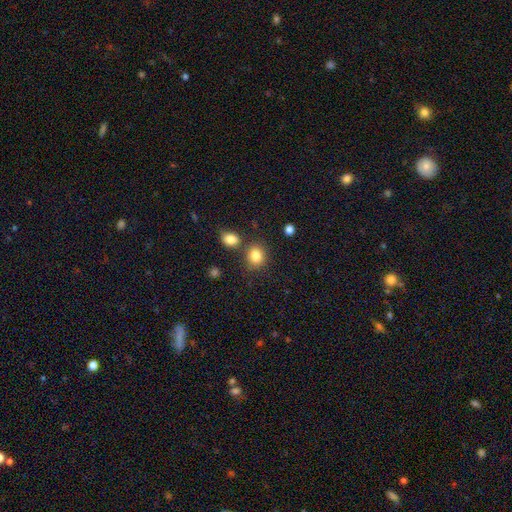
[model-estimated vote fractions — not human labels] Morphology: type=smooth (84%); roundness=round (69%); merging=none (74%).